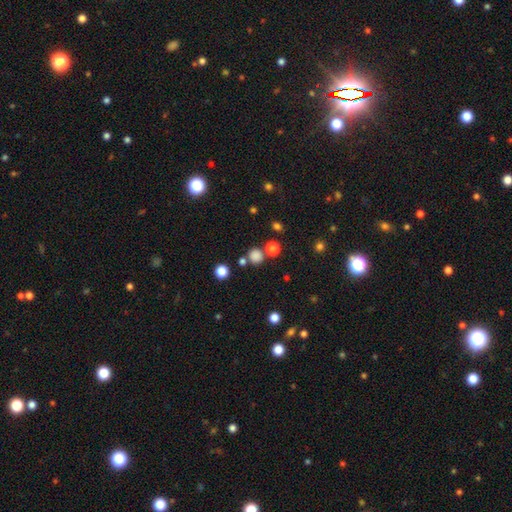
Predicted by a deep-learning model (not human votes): Smooth or featured? smooth (80%)
How rounded? round (89%)
Merging? none (75%)